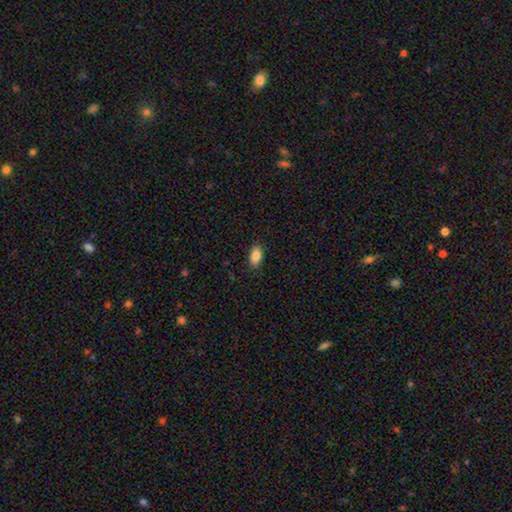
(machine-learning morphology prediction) Smooth or featured: smooth — 86% (star or artifact — 8%)
How rounded: in between — 91% (round — 7%)
Merging: none — 87% (minor disturbance — 10%)